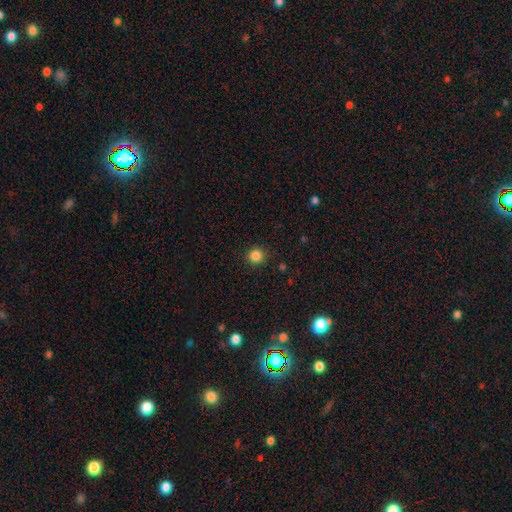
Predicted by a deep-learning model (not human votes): The model was most divided on "smooth or featured": smooth: 84%, star or artifact: 12%, featured or disk: 4%. More confident: how rounded — round (94%); merging — none (91%).